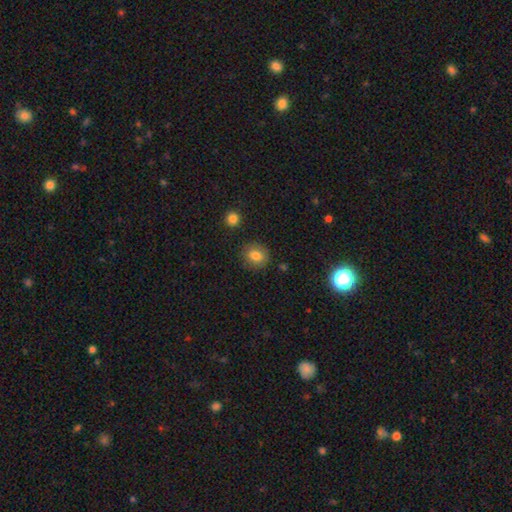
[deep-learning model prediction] Q: Smooth or featured?
A: smooth (81%); runner-up: star or artifact (10%)
Q: How rounded?
A: round (81%); runner-up: in between (18%)
Q: Merging?
A: none (86%); runner-up: minor disturbance (9%)